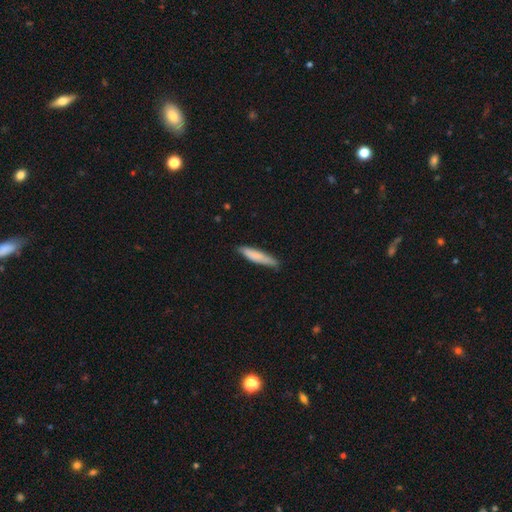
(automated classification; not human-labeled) Morphology: type=smooth (78%); roundness=cigar-shaped (86%); merging=none (79%).